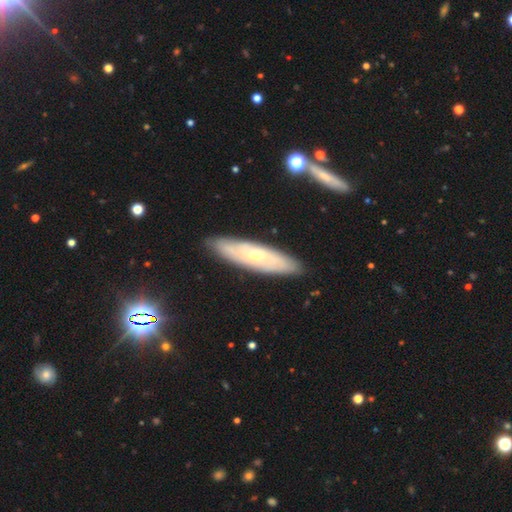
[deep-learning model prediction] smooth_or_featured: featured or disk (p=0.59) [alt: smooth p=0.34]
disk_edge_on: no (p=0.64) [alt: yes p=0.36]
merging: none (p=0.86) [alt: minor disturbance p=0.10]